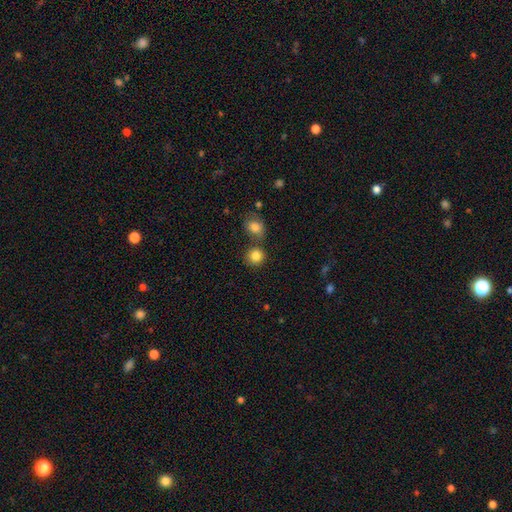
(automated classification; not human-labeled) Smooth or featured? Predicted: smooth (p=0.84). How rounded? Predicted: round (p=0.86). Merging? Predicted: none (p=0.69).